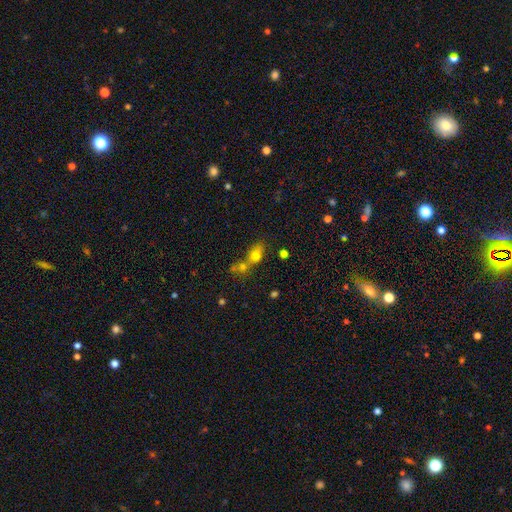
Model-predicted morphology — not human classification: Smooth or featured: smooth — 70% (featured or disk — 15%)
How rounded: in between — 62% (round — 32%)
Merging: merger — 55% (none — 30%)